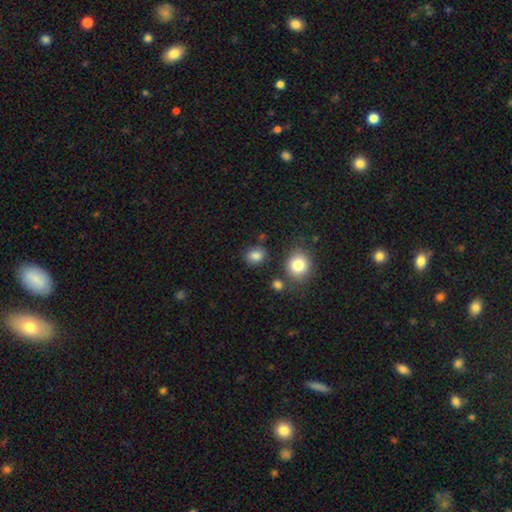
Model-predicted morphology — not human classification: Overall: smooth (84%). How rounded: round (53%; in between 45%). Merging: none (79%).